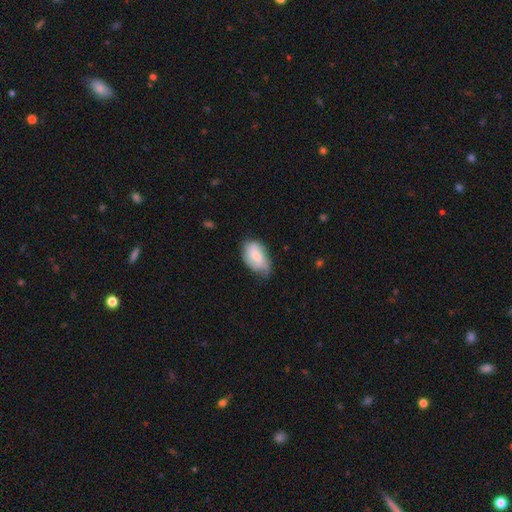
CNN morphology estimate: smooth_or_featured: smooth (p=0.66) [alt: featured or disk p=0.28]
how_rounded: in between (p=0.91) [alt: round p=0.07]
merging: none (p=0.46) [alt: minor disturbance p=0.41]